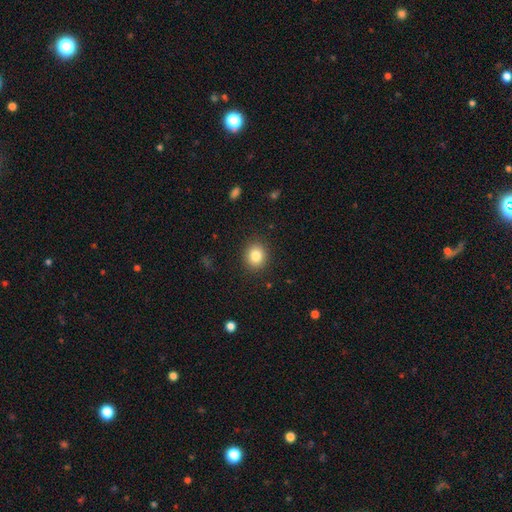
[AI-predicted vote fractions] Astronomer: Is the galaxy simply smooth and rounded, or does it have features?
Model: smooth — 84%.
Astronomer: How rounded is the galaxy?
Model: round — 76%.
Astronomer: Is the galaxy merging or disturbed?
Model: none — 89%.